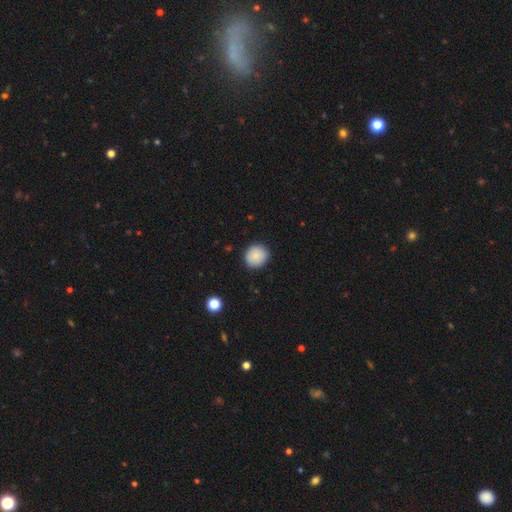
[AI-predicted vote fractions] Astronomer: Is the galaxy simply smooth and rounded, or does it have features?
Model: smooth — 86%.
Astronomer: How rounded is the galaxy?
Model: round — 85%.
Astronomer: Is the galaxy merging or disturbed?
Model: none — 88%.